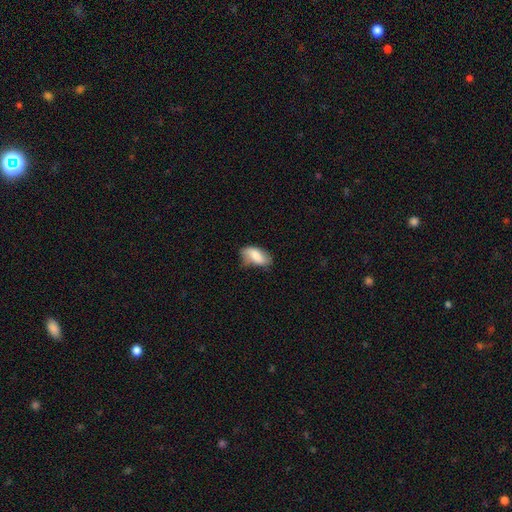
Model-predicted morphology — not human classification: Q: Smooth or featured?
A: smooth (72%); runner-up: featured or disk (21%)
Q: How rounded?
A: in between (90%); runner-up: cigar-shaped (6%)
Q: Merging?
A: none (53%); runner-up: minor disturbance (34%)